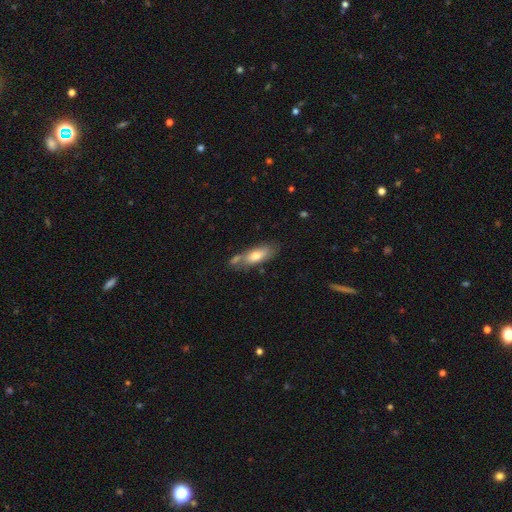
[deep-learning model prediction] Smooth or featured?
  - smooth: 68% *
  - featured or disk: 26%
  - star or artifact: 7%
How rounded?
  - in between: 70% *
  - cigar-shaped: 27%
  - round: 3%
Merging?
  - none: 56% *
  - merger: 19%
  - minor disturbance: 19%
  - major disturbance: 5%